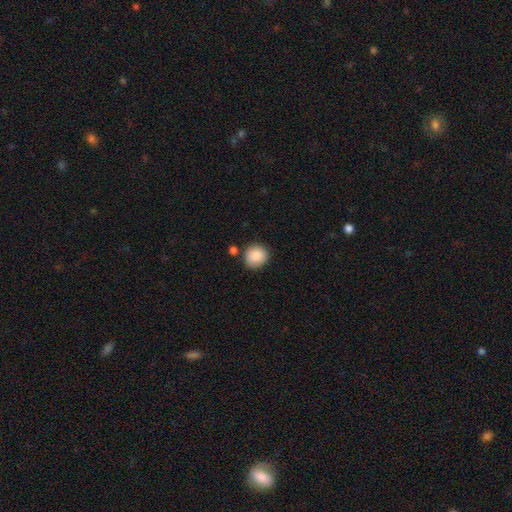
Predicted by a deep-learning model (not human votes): This appears to be a smooth galaxy with no disk features (88%) that is round (87%). Merging: none (79%).